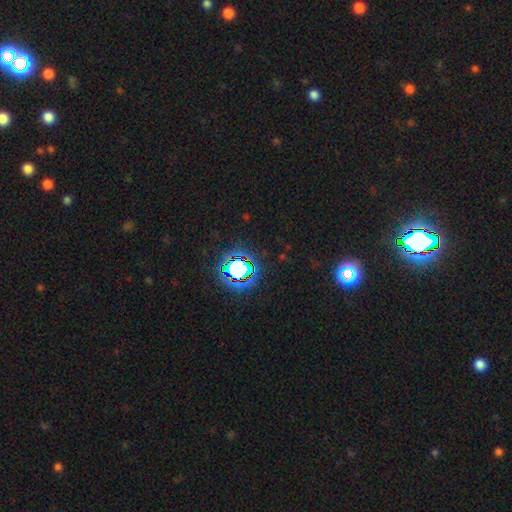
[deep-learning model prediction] star or artifact 80%, smooth 13%, featured or disk 7%.